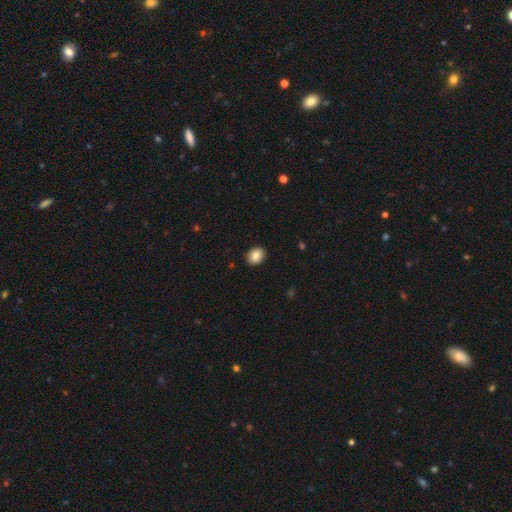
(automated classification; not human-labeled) Smooth or featured?
  - smooth: 86% *
  - star or artifact: 8%
  - featured or disk: 6%
How rounded?
  - in between: 54% *
  - round: 45%
  - cigar-shaped: 1%
Merging?
  - none: 90% *
  - minor disturbance: 7%
  - major disturbance: 2%
  - merger: 1%